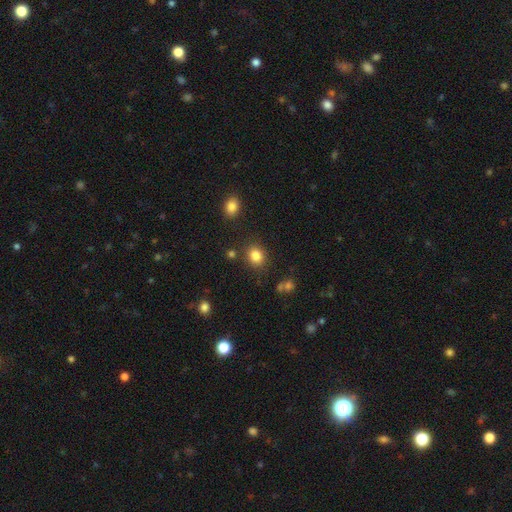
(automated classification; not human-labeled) Smooth or featured: smooth — 84% (star or artifact — 11%)
How rounded: round — 66% (in between — 33%)
Merging: none — 83% (minor disturbance — 9%)